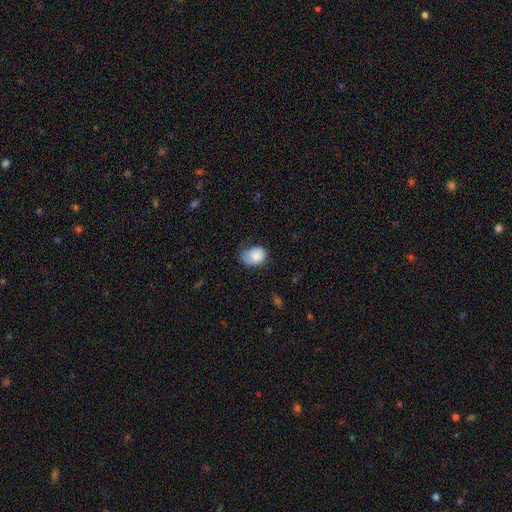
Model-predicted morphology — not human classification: Q: Smooth or featured?
A: smooth (83%); runner-up: featured or disk (10%)
Q: How rounded?
A: in between (69%); runner-up: round (30%)
Q: Merging?
A: none (48%); runner-up: minor disturbance (38%)